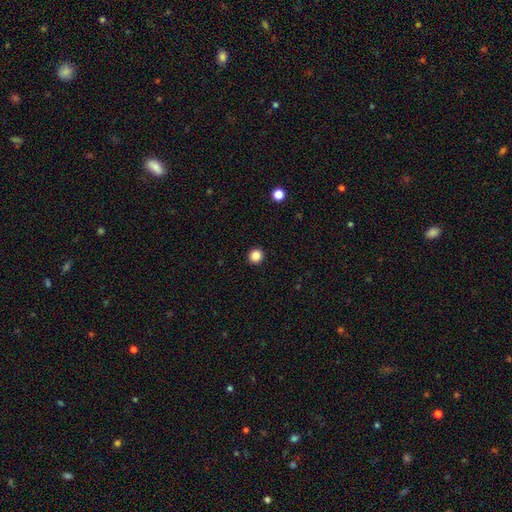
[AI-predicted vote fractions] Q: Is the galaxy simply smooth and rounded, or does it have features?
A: smooth — 86%.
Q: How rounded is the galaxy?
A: round — 94%.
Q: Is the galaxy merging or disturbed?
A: none — 93%.